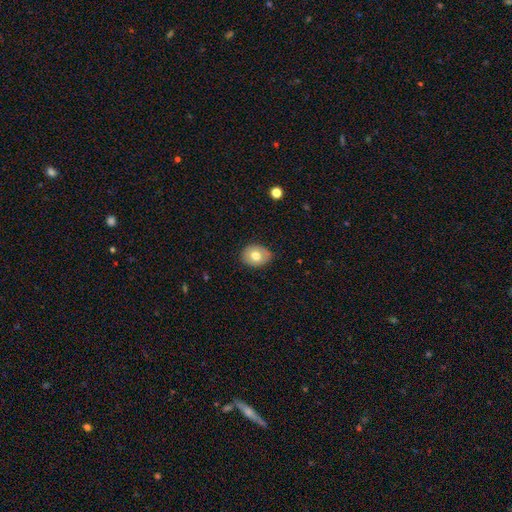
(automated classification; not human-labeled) This is likely a smooth galaxy (70%). How rounded: possibly in between (54%). Merging: clearly none (82%).